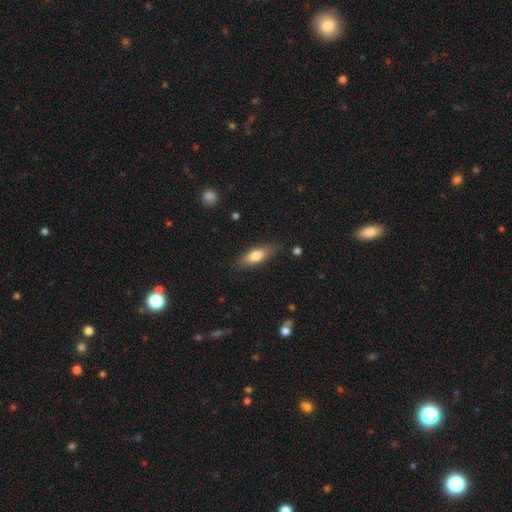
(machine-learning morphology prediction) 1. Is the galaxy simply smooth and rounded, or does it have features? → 73% smooth, 21% featured or disk, 6% star or artifact.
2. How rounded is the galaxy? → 59% in between, 38% cigar-shaped, 3% round.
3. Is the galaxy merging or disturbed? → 81% none, 14% minor disturbance, 3% major disturbance, 2% merger.